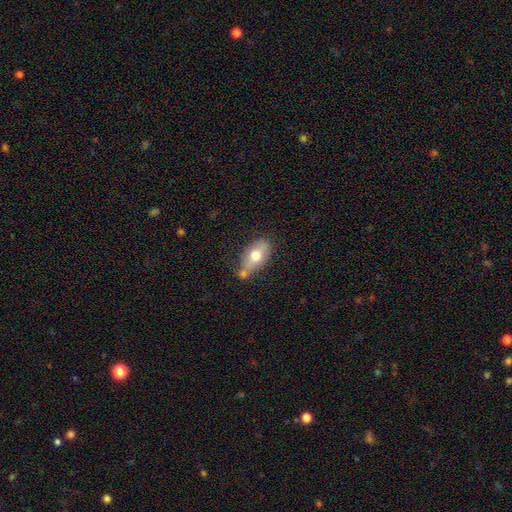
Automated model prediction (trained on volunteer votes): The model was most divided on "merging": none: 51%, minor disturbance: 22%, merger: 20%, major disturbance: 7%. More confident: how rounded — in between (87%); smooth or featured — smooth (66%).